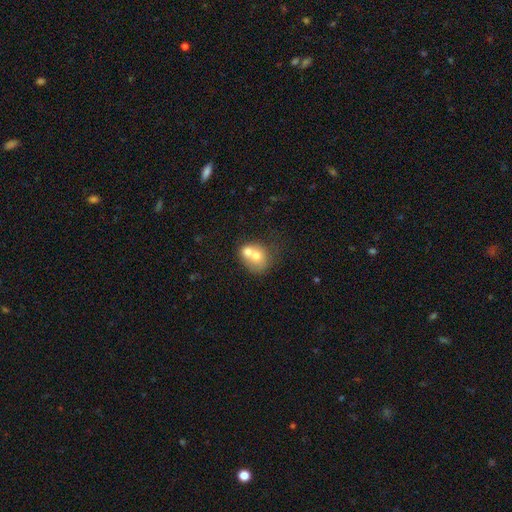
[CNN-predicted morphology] A smooth galaxy with no disk features (63%) that is round (63%). Merging: merger (68%).